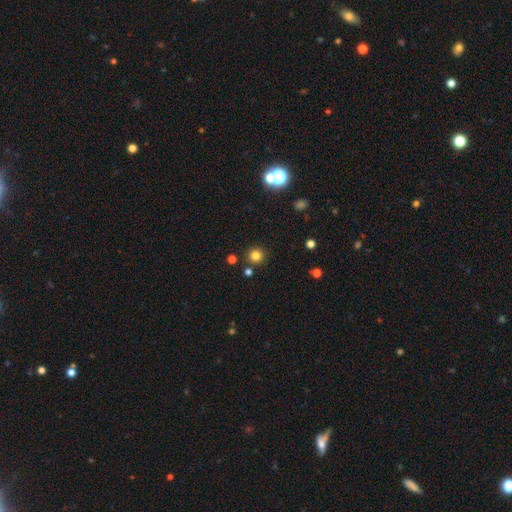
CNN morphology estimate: Overall: smooth (79%). How rounded: round (95%). Merging: none (87%).